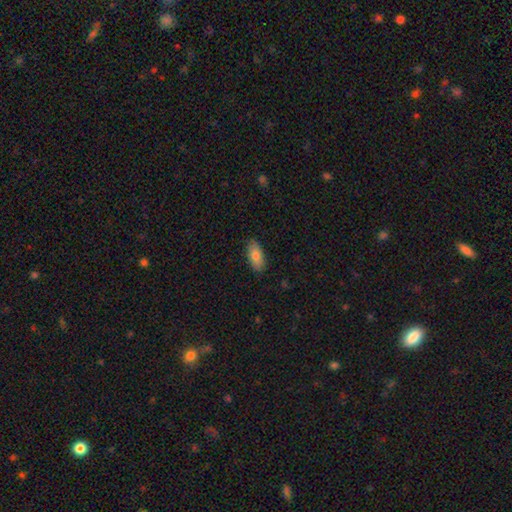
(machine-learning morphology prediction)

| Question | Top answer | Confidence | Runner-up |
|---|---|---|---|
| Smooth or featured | smooth | 82% | featured or disk (12%) |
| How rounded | in between | 88% | cigar-shaped (9%) |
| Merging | none | 87% | minor disturbance (10%) |